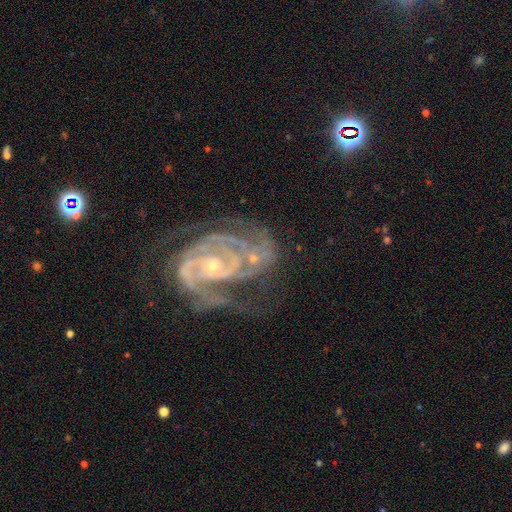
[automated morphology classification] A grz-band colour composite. It shows a featured or disk galaxy (89%) with no bar (67%), 2 (35%) tight (54%) spiral arms (96%) and a small central bulge (76%). Merging: none (38%).